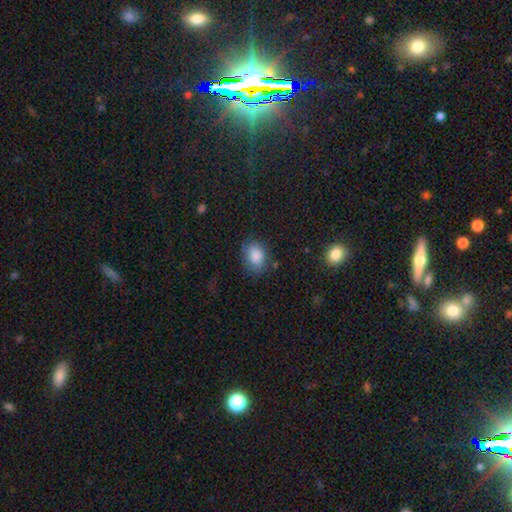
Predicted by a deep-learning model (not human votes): A smooth galaxy with no disk features (85%) that is in between round and cigar-shaped (73%).

Vote fractions:
- Smooth or featured? smooth: 85% / star or artifact: 8% / featured or disk: 6%
- How rounded? in between: 73% / round: 26% / cigar-shaped: 1%
- Merging? none: 72% / minor disturbance: 20% / major disturbance: 6% / merger: 2%